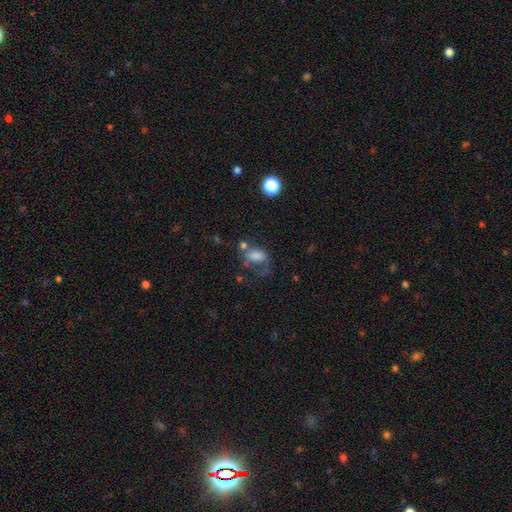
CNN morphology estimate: The model was most divided on "merging": major disturbance: 35%, none: 29%, minor disturbance: 22%, merger: 14%. More confident: how rounded — in between (81%); smooth or featured — smooth (67%).